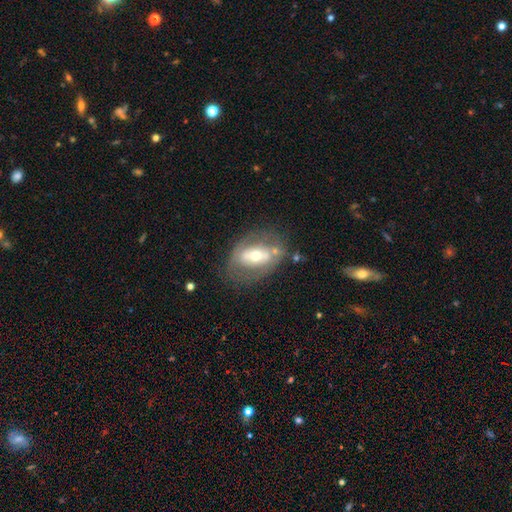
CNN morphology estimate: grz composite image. It shows a featured or disk galaxy (59%) with no bar (52%), no spiral arms (70%) and a moderate central bulge (59%). Merging: none (59%).